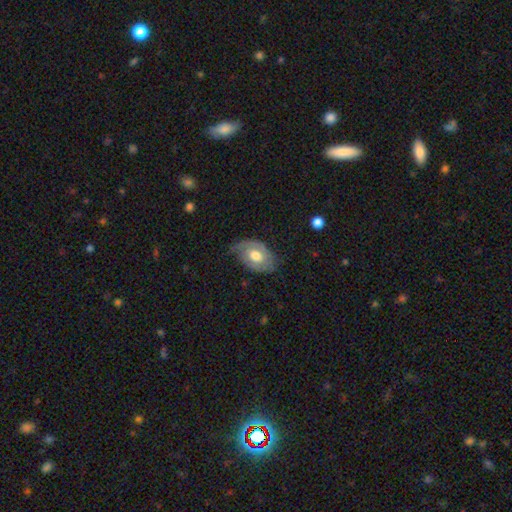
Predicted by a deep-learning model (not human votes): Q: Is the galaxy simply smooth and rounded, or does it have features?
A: featured or disk — 61%.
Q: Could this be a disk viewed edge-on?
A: no — 94%.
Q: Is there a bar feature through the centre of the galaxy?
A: no — 66%.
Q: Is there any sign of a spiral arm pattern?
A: yes — 75%.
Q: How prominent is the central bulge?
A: moderate — 69%.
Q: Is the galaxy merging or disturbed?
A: none — 57%.